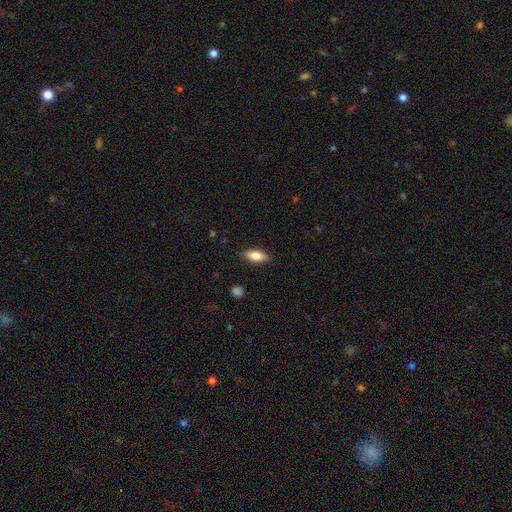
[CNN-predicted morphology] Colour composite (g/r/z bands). It shows a smooth galaxy with no disk features (78%) that is in between round and cigar-shaped (80%). Merging: none (86%).